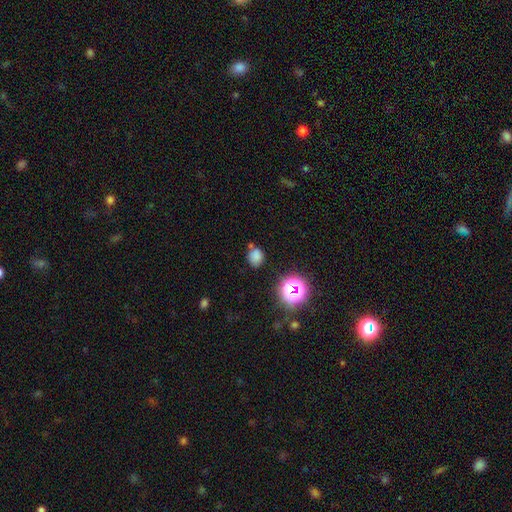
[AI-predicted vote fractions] Smooth or featured: smooth — 74% (star or artifact — 20%)
How rounded: round — 62% (in between — 37%)
Merging: none — 69% (minor disturbance — 17%)